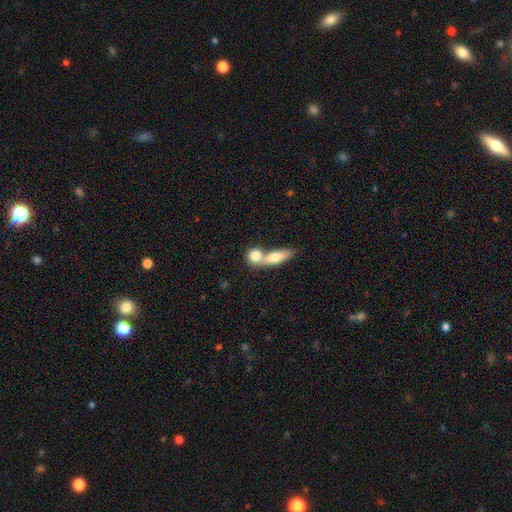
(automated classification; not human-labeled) Smooth or featured? Predicted: smooth (p=0.77). How rounded? Predicted: round (p=0.55). Merging? Predicted: merger (p=0.58).